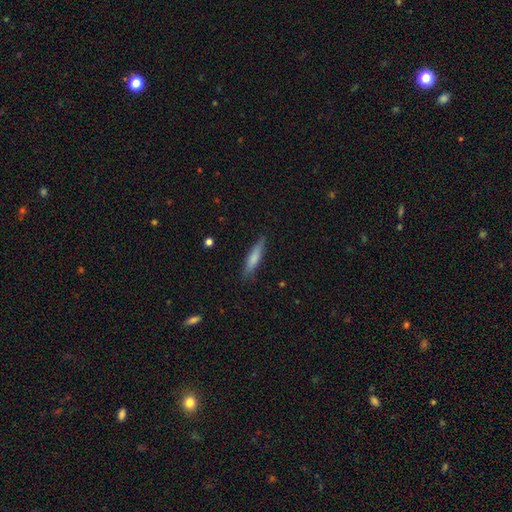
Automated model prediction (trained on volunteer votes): Smooth or featured? smooth (64%)
How rounded? cigar-shaped (88%)
Merging? none (86%)